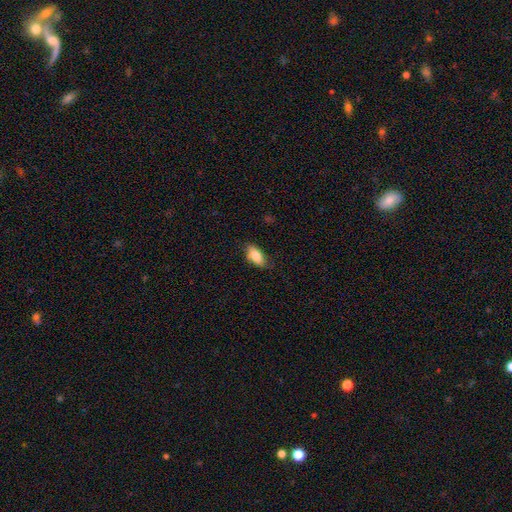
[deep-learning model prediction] A smooth galaxy with no disk features (83%) that is in between round and cigar-shaped (89%).

Vote fractions:
- Smooth or featured? smooth: 83% / featured or disk: 10% / star or artifact: 7%
- How rounded? in between: 89% / cigar-shaped: 8% / round: 3%
- Merging? none: 75% / minor disturbance: 20% / major disturbance: 4% / merger: 1%